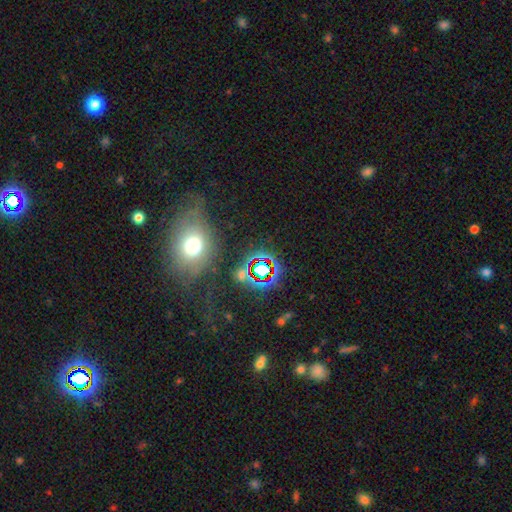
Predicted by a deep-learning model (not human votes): This appears to be a star or artifact, not a galaxy (47%).